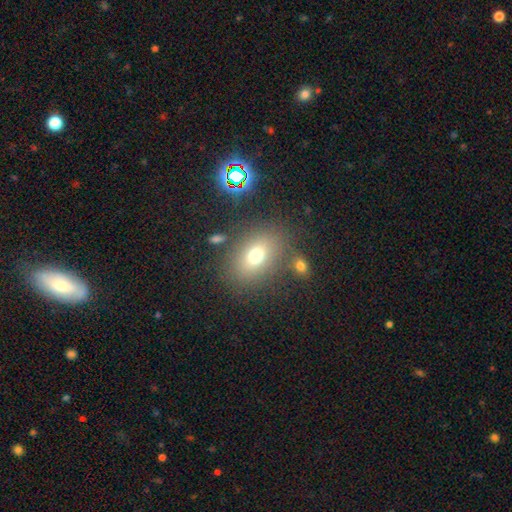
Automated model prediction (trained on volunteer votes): Smooth or featured? Predicted: smooth (p=0.70). How rounded? Predicted: in between (p=0.62). Merging? Predicted: none (p=0.76).